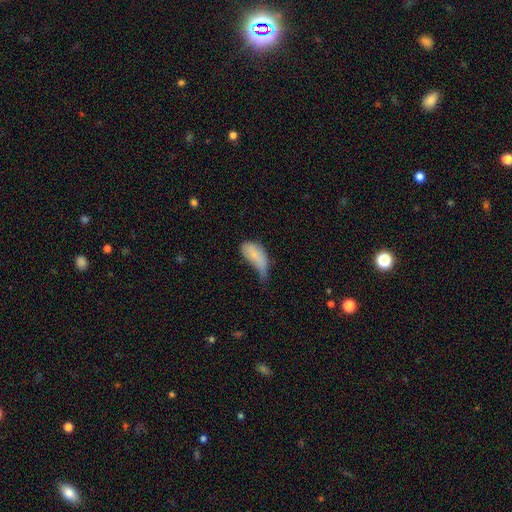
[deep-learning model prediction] This appears to be a smooth galaxy with no disk features (73%) that is in between round and cigar-shaped (90%). Merging: major disturbance (46%).